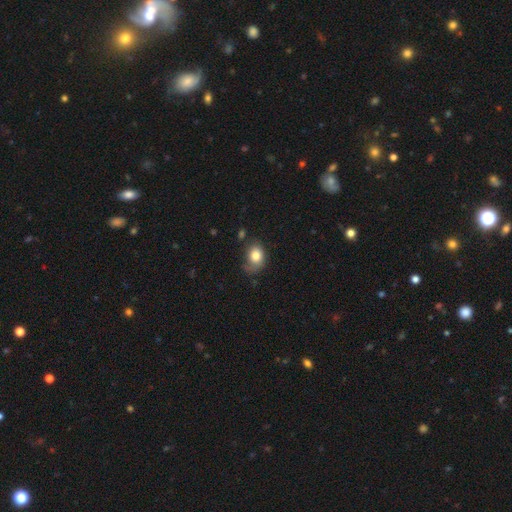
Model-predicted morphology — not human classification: Smooth or featured: smooth — 80% (featured or disk — 12%)
How rounded: in between — 59% (round — 40%)
Merging: none — 50% (minor disturbance — 30%)